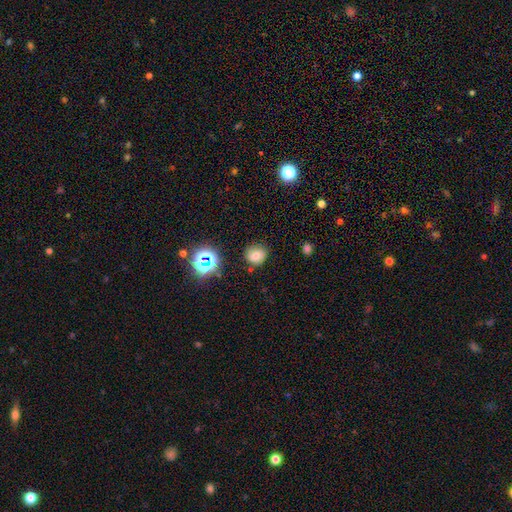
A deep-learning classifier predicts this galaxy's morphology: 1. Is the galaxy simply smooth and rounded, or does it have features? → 71% smooth, 18% star or artifact, 11% featured or disk.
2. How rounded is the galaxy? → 82% round, 17% in between, 1% cigar-shaped.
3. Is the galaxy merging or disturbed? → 78% none, 15% minor disturbance, 4% major disturbance, 3% merger.